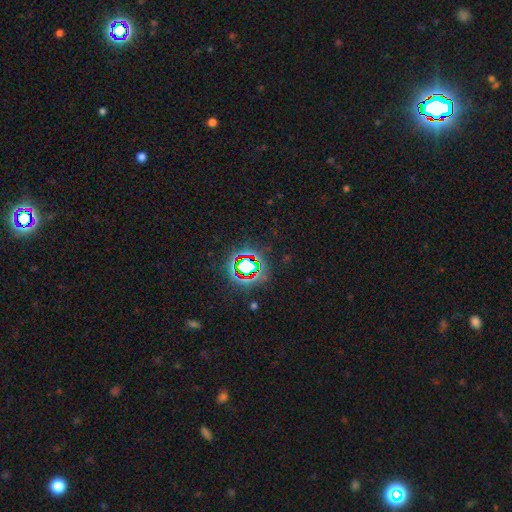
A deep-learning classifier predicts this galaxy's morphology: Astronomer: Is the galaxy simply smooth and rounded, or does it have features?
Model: star or artifact — 79%.